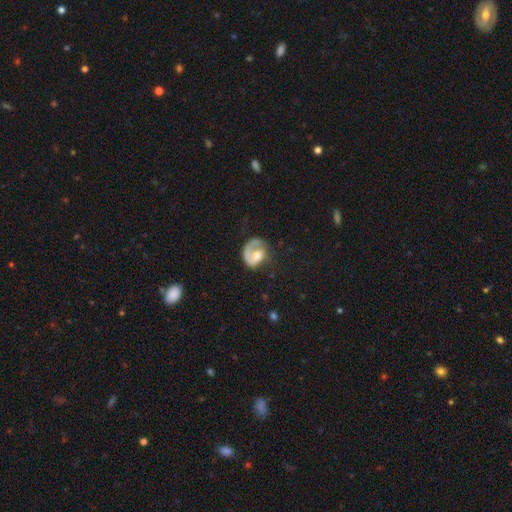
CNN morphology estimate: Q: Smooth or featured?
A: featured or disk (65%); runner-up: smooth (29%)
Q: Edge-on disk?
A: no (98%); runner-up: yes (2%)
Q: Bar?
A: no (75%); runner-up: weak (21%)
Q: Spiral arms?
A: yes (81%); runner-up: no (19%)
Q: Spiral winding?
A: tight (40%); runner-up: medium (33%)
Q: Spiral arm count?
A: 1 (84%); runner-up: 2 (7%)
Q: Bulge size?
A: moderate (57%); runner-up: large (21%)
Q: Merging?
A: none (45%); runner-up: major disturbance (30%)